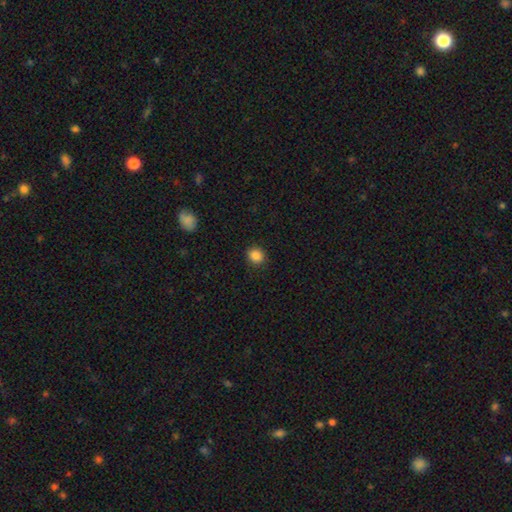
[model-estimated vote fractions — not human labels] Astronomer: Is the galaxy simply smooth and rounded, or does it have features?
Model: smooth — 86%.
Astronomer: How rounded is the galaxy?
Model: round — 79%.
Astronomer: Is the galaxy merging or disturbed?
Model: none — 90%.